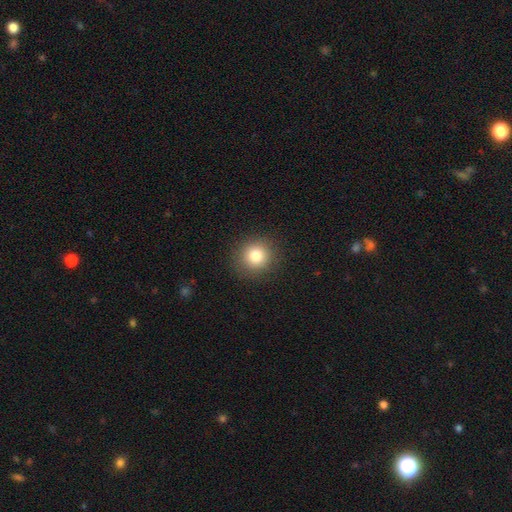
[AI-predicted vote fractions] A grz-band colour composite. It shows a smooth galaxy with no disk features (82%) that is round (91%). Merging: none (90%).